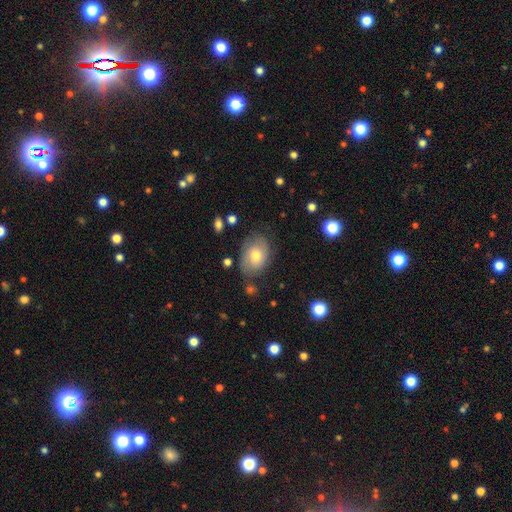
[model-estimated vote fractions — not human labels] smooth_or_featured: smooth (p=0.57) [alt: featured or disk p=0.35]
how_rounded: in between (p=0.76) [alt: round p=0.23]
merging: none (p=0.69) [alt: minor disturbance p=0.21]